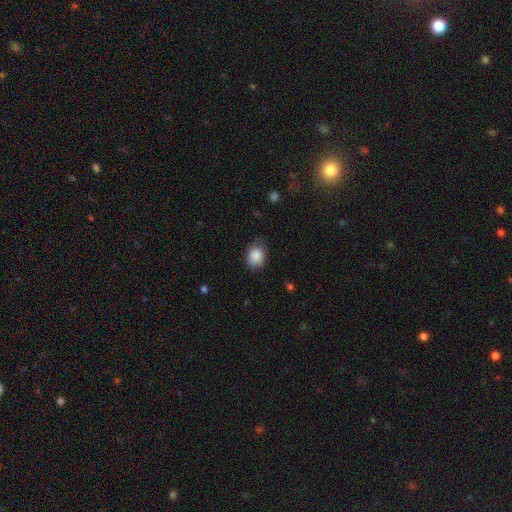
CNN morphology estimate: This is clearly a smooth galaxy (88%). How rounded: possibly round (52%). Merging: likely none (71%).